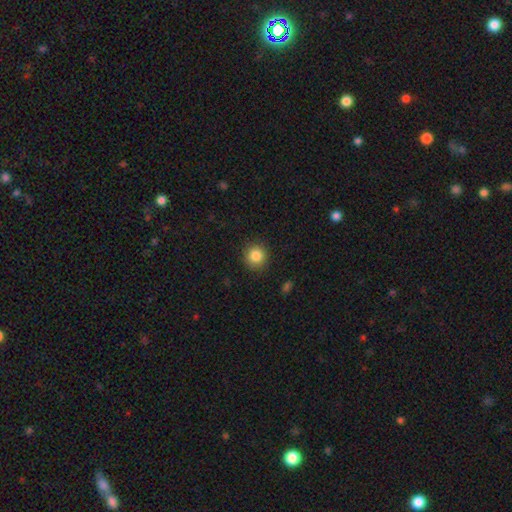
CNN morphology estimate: Smooth or featured: smooth — 85% (star or artifact — 10%)
How rounded: round — 92% (in between — 7%)
Merging: none — 90% (minor disturbance — 7%)